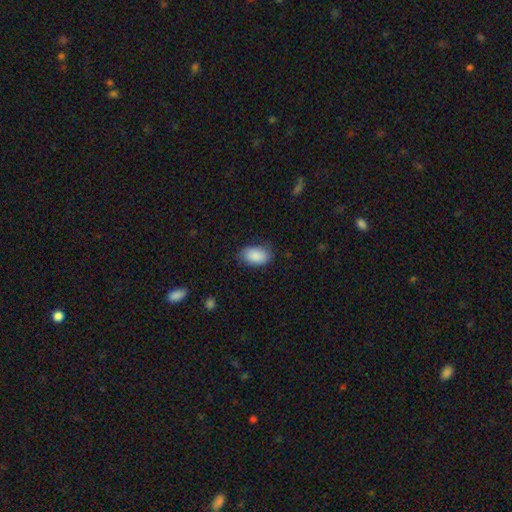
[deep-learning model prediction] Overall: smooth (88%). How rounded: in between (92%). Merging: none (74%).